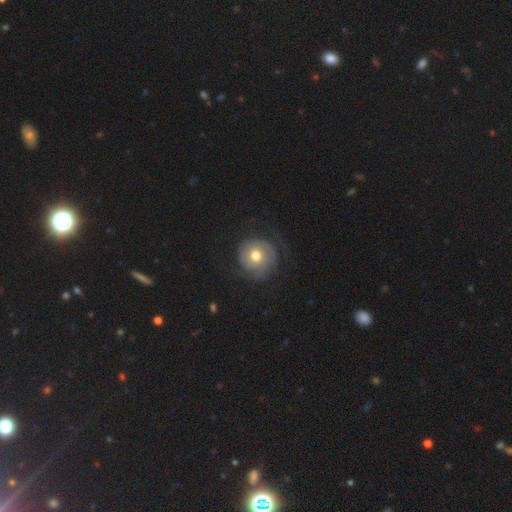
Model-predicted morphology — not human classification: This is possibly a smooth galaxy (52%). How rounded: clearly round (88%). Merging: likely none (65%).